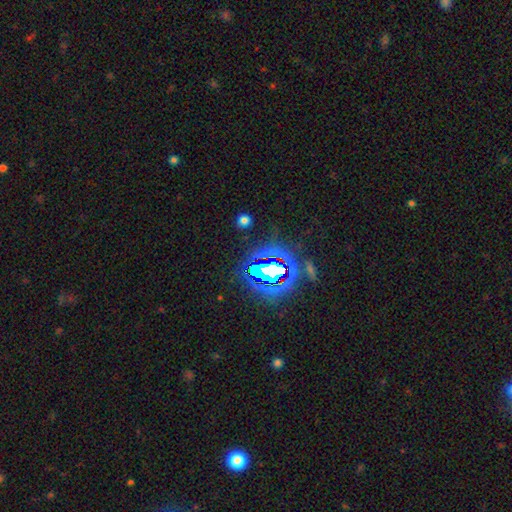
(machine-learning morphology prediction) smooth-or-featured: star or artifact: 79% | smooth: 11% | featured or disk: 10%